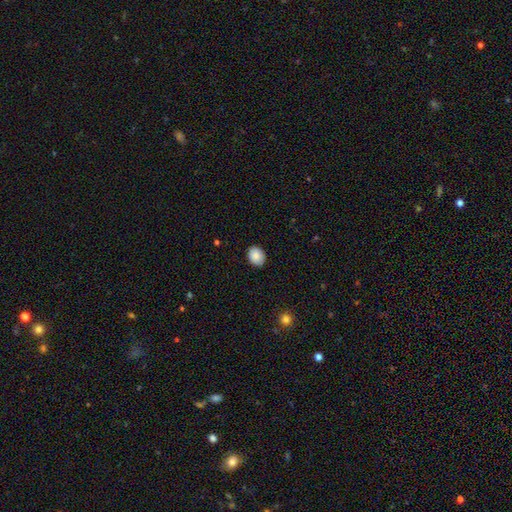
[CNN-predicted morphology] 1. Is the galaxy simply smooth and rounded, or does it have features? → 88% smooth, 7% star or artifact, 4% featured or disk.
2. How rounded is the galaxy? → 52% in between, 48% round, 1% cigar-shaped.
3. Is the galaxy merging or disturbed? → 89% none, 8% minor disturbance, 2% major disturbance, 1% merger.